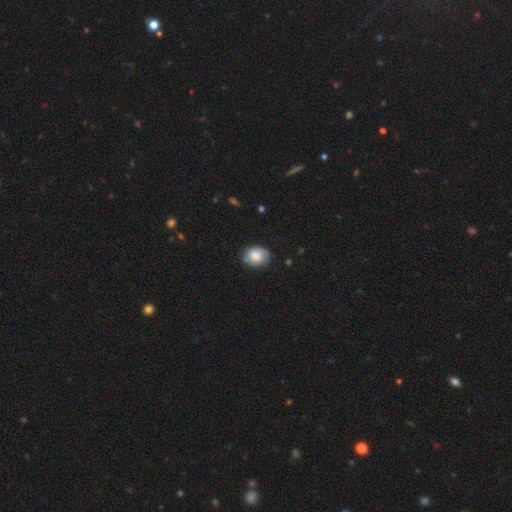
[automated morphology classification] smooth-or-featured: smooth: 60% | featured or disk: 32% | star or artifact: 8%
  how-rounded: in between: 63% | round: 36% | cigar-shaped: 1%
  merging: none: 78% | minor disturbance: 17% | major disturbance: 4% | merger: 1%